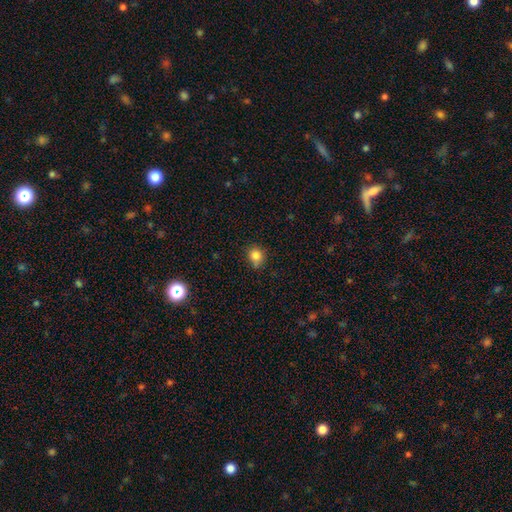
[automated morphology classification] Smooth or featured? smooth (83%)
How rounded? round (75%)
Merging? none (69%)